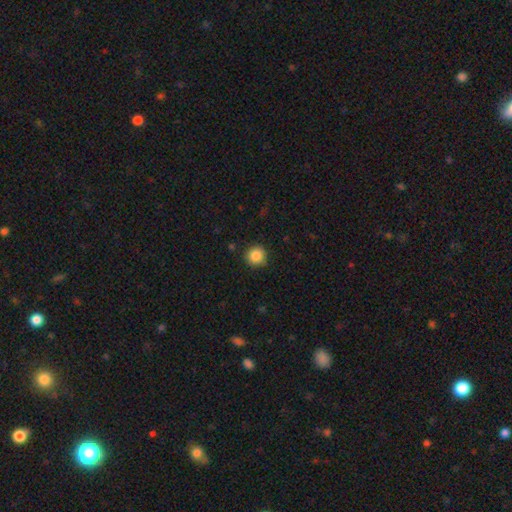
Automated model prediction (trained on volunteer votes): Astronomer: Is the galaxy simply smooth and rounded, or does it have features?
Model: smooth — 86%.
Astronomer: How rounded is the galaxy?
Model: round — 93%.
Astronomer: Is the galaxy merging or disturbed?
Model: none — 88%.